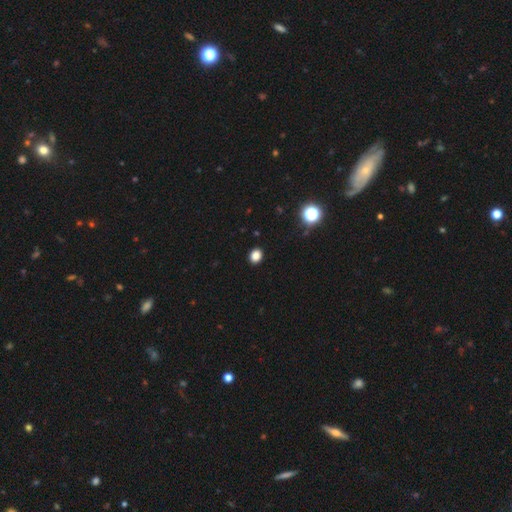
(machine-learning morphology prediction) A smooth galaxy with no disk features (84%) that is round (50%). Merging: none (91%).